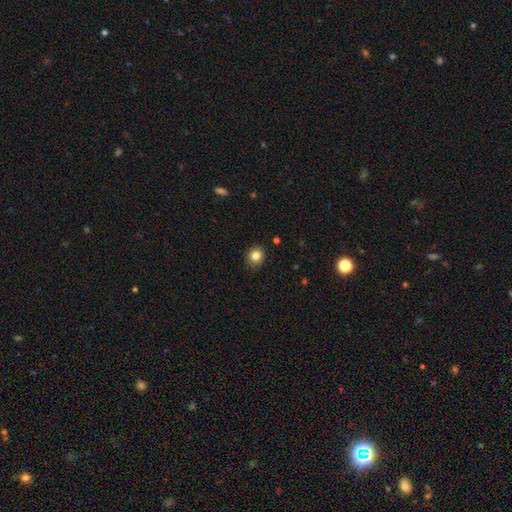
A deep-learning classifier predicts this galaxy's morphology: A smooth galaxy with no disk features (83%) that is round (82%). Merging: none (86%).